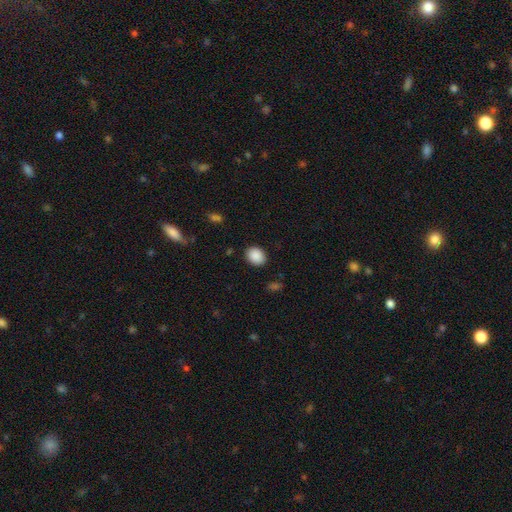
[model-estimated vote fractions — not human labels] The model was most divided on "how rounded": in between: 54%, round: 45%, cigar-shaped: 1%. More confident: smooth or featured — smooth (89%); merging — none (87%).